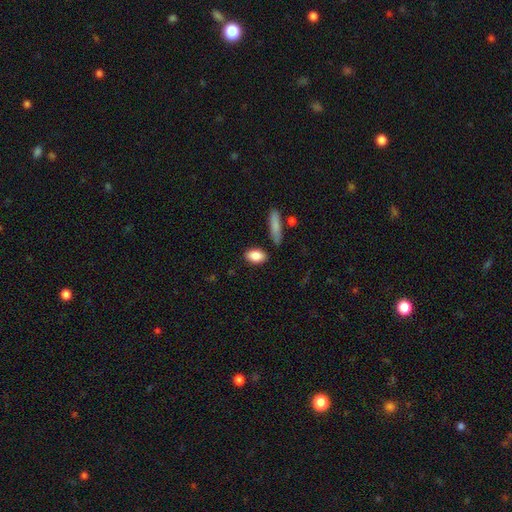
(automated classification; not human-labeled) Smooth or featured?
  - smooth: 85% *
  - featured or disk: 8%
  - star or artifact: 6%
How rounded?
  - in between: 87% *
  - round: 7%
  - cigar-shaped: 6%
Merging?
  - none: 83% *
  - minor disturbance: 11%
  - merger: 4%
  - major disturbance: 3%